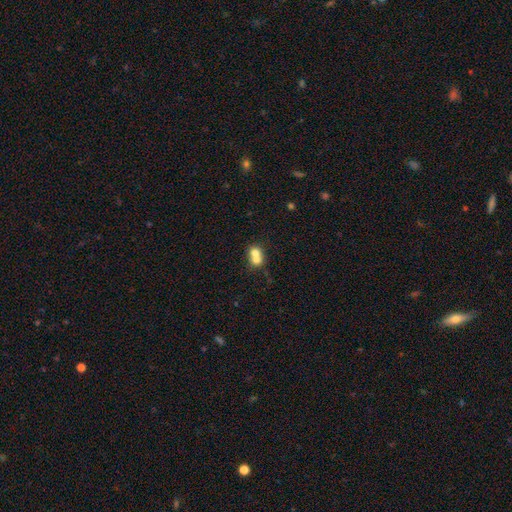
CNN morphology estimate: A smooth galaxy with no disk features (69%) that is round (67%). Merging: merger (69%).